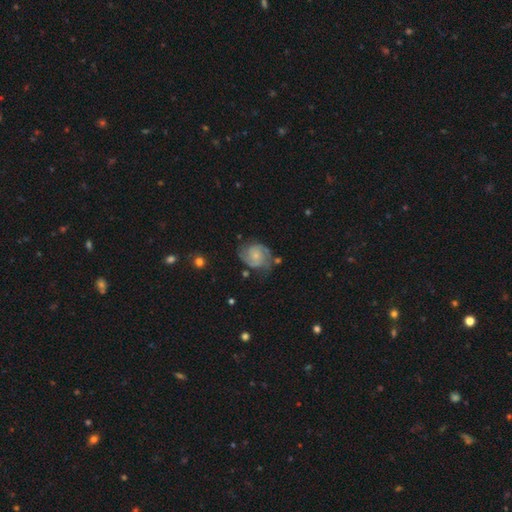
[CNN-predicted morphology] This appears to be a featured or disk galaxy (80%) with no bar (68%), 2 (79%) medium (45%) spiral arms (96%) and a small central bulge (62%). Merging: none (64%).